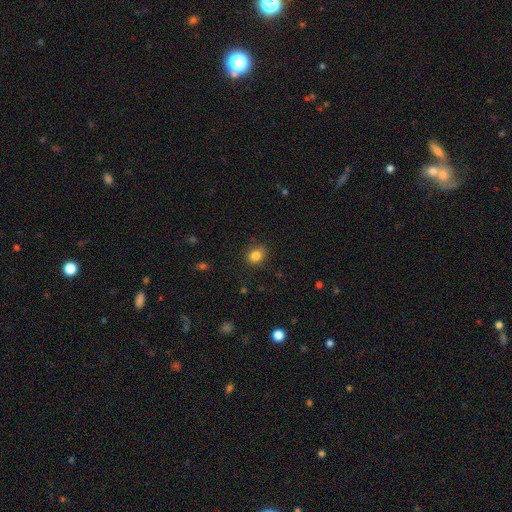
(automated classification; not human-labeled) A smooth galaxy with no disk features (83%) that is round (62%).

Vote fractions:
- Smooth or featured? smooth: 83% / star or artifact: 11% / featured or disk: 6%
- How rounded? round: 62% / in between: 37% / cigar-shaped: 1%
- Merging? none: 86% / minor disturbance: 10% / major disturbance: 3% / merger: 1%